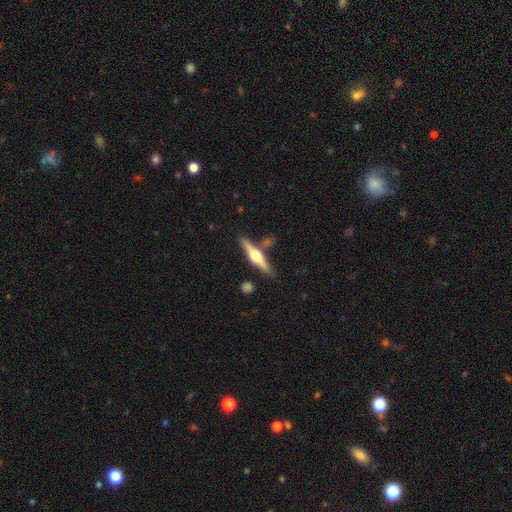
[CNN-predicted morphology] featured or disk 71%, smooth 24%, star or artifact 5%. Down the decision tree: edge-on disk — yes (97%); edge-on bulge — rounded (95%); merging — none (81%).